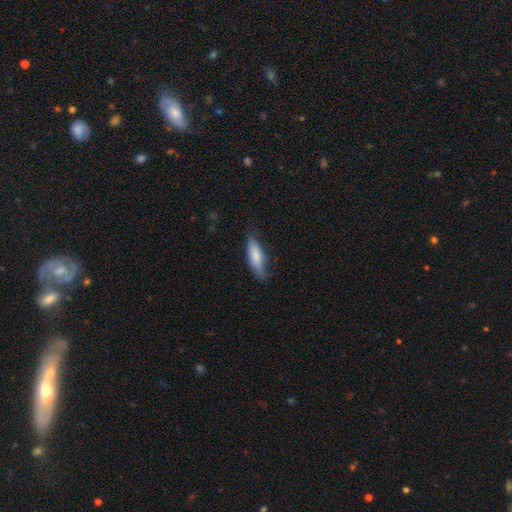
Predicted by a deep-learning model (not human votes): Smooth or featured: smooth — 78% (featured or disk — 17%)
How rounded: in between — 58% (cigar-shaped — 40%)
Merging: none — 69% (minor disturbance — 25%)